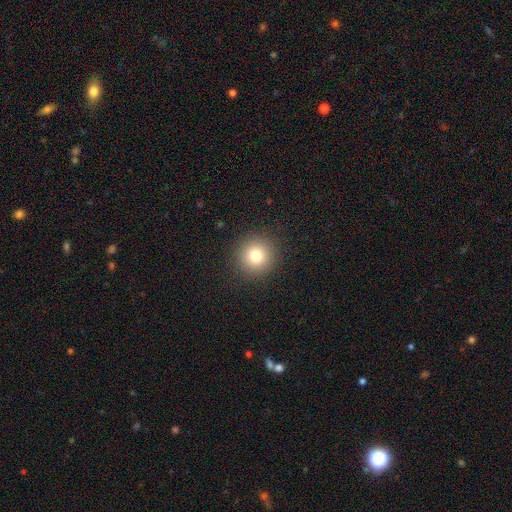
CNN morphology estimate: Smooth or featured? Predicted: smooth (p=0.79). How rounded? Predicted: round (p=0.95). Merging? Predicted: none (p=0.91).